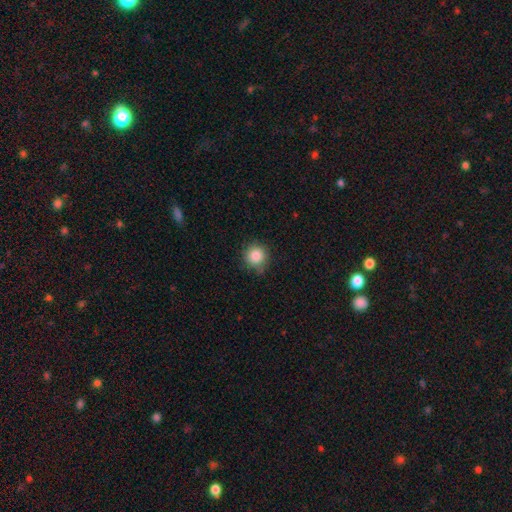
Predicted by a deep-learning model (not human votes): Smooth or featured? Predicted: smooth (p=0.86). How rounded? Predicted: round (p=0.93). Merging? Predicted: none (p=0.81).